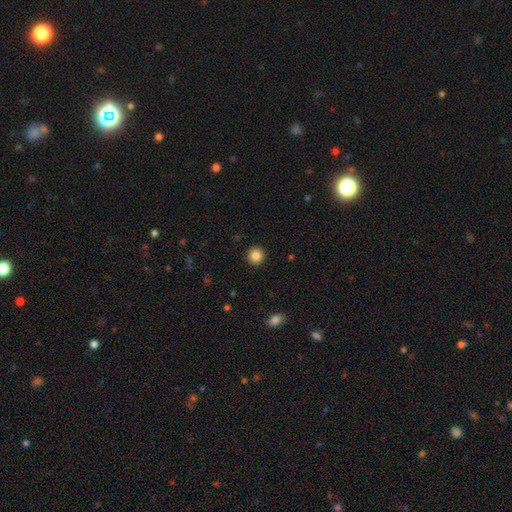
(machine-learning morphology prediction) A smooth galaxy with no disk features (85%) that is round (95%).

Vote fractions:
- Smooth or featured? smooth: 85% / star or artifact: 10% / featured or disk: 6%
- How rounded? round: 95% / in between: 4% / cigar-shaped: 1%
- Merging? none: 93% / minor disturbance: 4% / major disturbance: 2% / merger: 1%